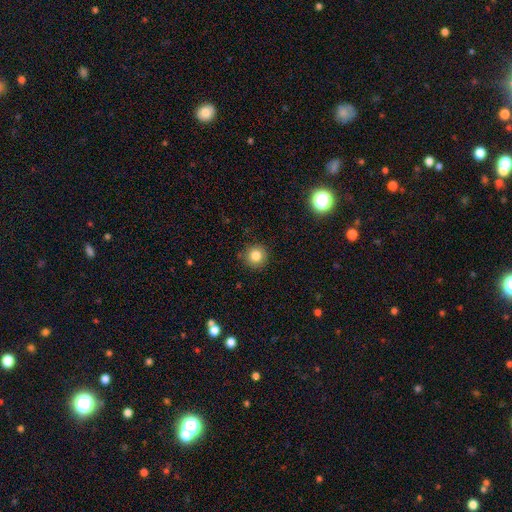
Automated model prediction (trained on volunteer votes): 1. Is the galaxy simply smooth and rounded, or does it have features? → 83% smooth, 11% star or artifact, 6% featured or disk.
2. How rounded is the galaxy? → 94% round, 5% in between, 1% cigar-shaped.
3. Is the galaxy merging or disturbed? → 88% none, 8% minor disturbance, 2% major disturbance, 1% merger.